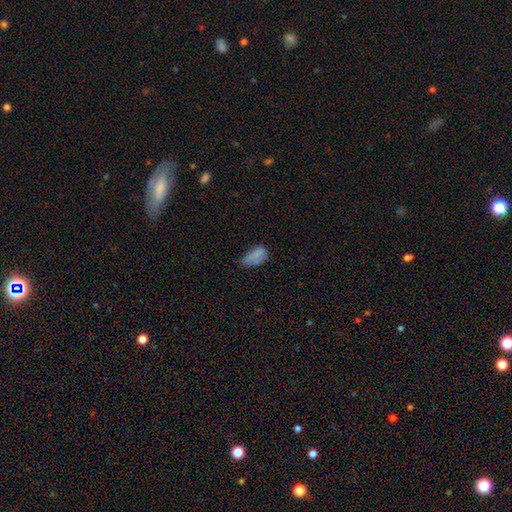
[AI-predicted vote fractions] The model was most divided on "merging": none: 40%, minor disturbance: 38%, major disturbance: 18%, merger: 3%. More confident: how rounded — in between (89%); smooth or featured — smooth (79%).